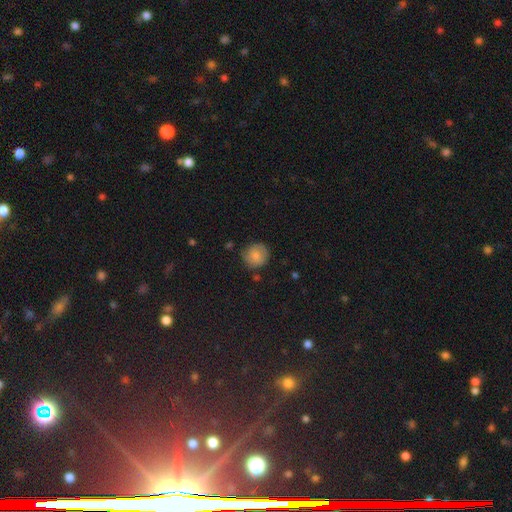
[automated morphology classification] A smooth galaxy with no disk features (77%) that is round (89%). Merging: none (77%).